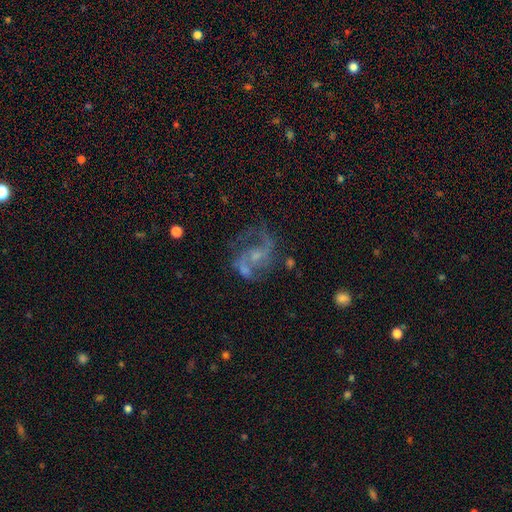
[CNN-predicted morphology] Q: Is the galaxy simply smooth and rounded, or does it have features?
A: featured or disk — 81%.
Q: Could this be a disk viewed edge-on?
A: no — 98%.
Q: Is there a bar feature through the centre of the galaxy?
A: no — 51%.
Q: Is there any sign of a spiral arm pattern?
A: yes — 91%.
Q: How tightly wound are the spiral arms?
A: medium — 47%.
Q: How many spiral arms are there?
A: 2 — 76%.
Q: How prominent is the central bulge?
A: small — 55%.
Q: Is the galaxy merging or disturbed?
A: none — 51%.